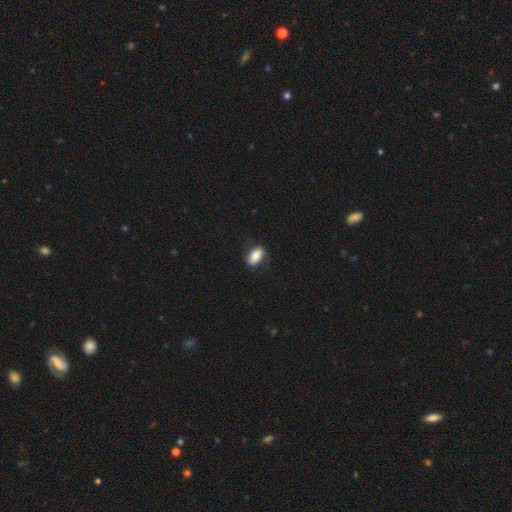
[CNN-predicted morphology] The model was most divided on "merging": none: 74%, minor disturbance: 18%, major disturbance: 7%, merger: 1%. More confident: how rounded — in between (90%); smooth or featured — smooth (75%).